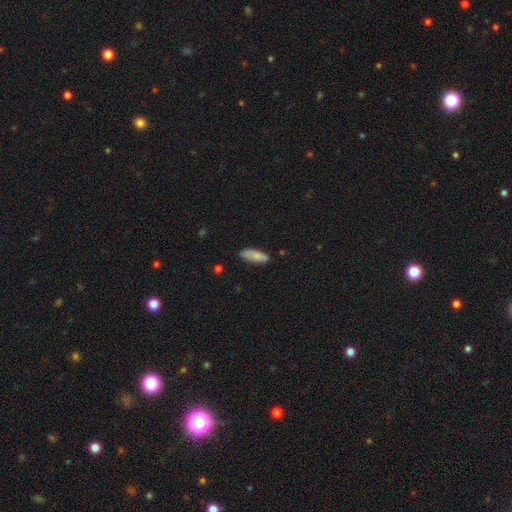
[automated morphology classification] This appears to be a smooth galaxy with no disk features (82%) that is in between round and cigar-shaped (59%). Merging: none (77%).